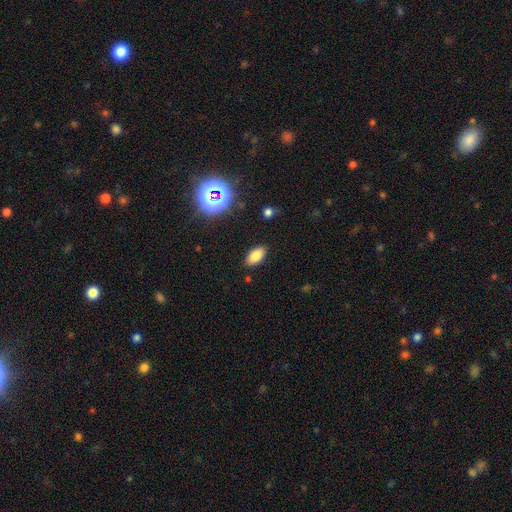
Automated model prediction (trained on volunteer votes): A smooth galaxy with no disk features (79%) that is in between round and cigar-shaped (91%).

Vote fractions:
- Smooth or featured? smooth: 79% / star or artifact: 12% / featured or disk: 8%
- How rounded? in between: 91% / cigar-shaped: 4% / round: 4%
- Merging? none: 87% / minor disturbance: 9% / major disturbance: 2% / merger: 1%